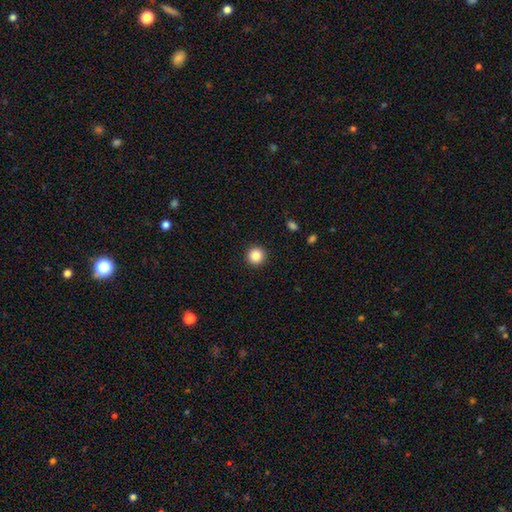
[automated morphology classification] smooth 86%, star or artifact 10%, featured or disk 4%. Down the decision tree: how rounded — round (96%); merging — none (93%).